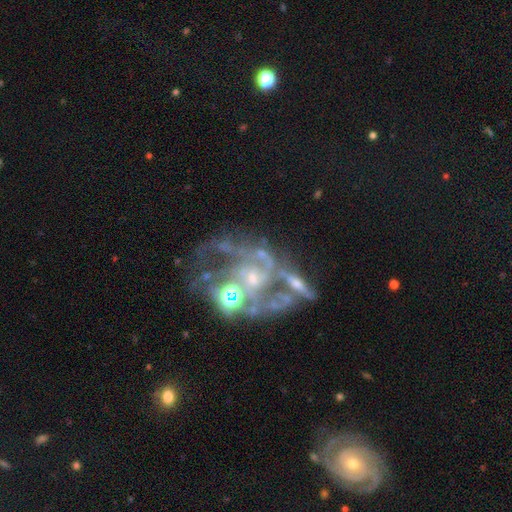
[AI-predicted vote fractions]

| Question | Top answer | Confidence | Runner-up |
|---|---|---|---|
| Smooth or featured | featured or disk | 78% | star or artifact (14%) |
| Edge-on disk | no | 97% | yes (3%) |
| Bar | no | 72% | weak (22%) |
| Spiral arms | yes | 75% | no (25%) |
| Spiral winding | medium | 43% | tight (29%) |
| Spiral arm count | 2 | 36% | can't tell (32%) |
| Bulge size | small | 45% | moderate (33%) |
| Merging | merger | 31% | major disturbance (30%) |